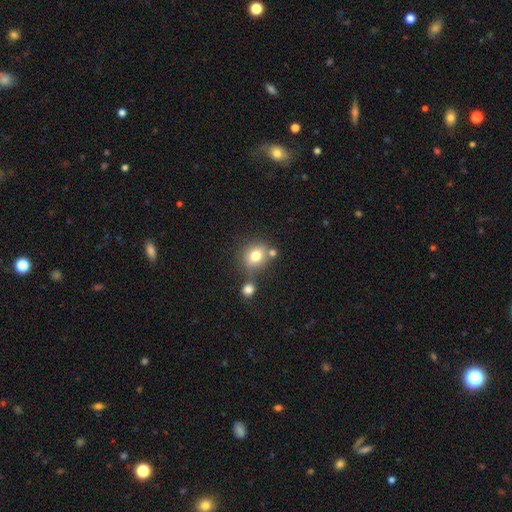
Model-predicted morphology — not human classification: This is likely a smooth galaxy (76%). How rounded: likely round (71%). Merging: possibly none (60%).